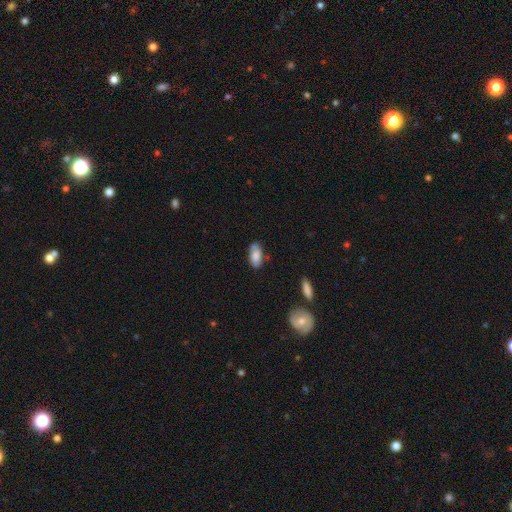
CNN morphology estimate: Smooth or featured: smooth — 77% (featured or disk — 16%)
How rounded: in between — 89% (cigar-shaped — 8%)
Merging: none — 70% (minor disturbance — 22%)